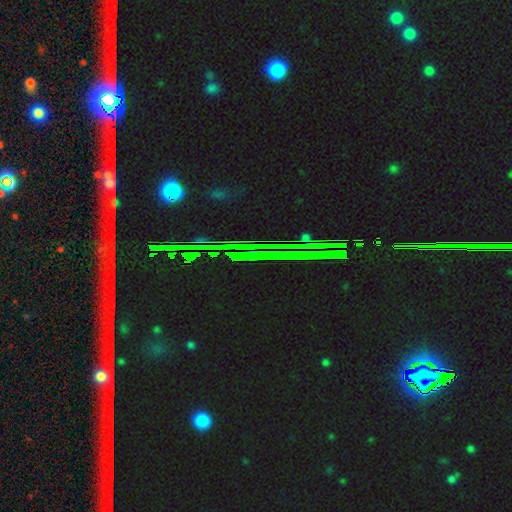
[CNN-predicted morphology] A star or artifact, not a galaxy (83%).

Vote fractions:
- Smooth or featured? star or artifact: 83% / featured or disk: 9% / smooth: 7%